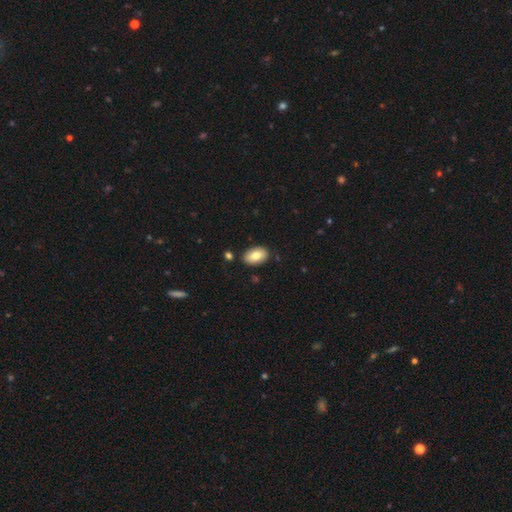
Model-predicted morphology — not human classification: smooth 80%, featured or disk 13%, star or artifact 7%. Down the decision tree: how rounded — in between (92%); merging — none (87%).